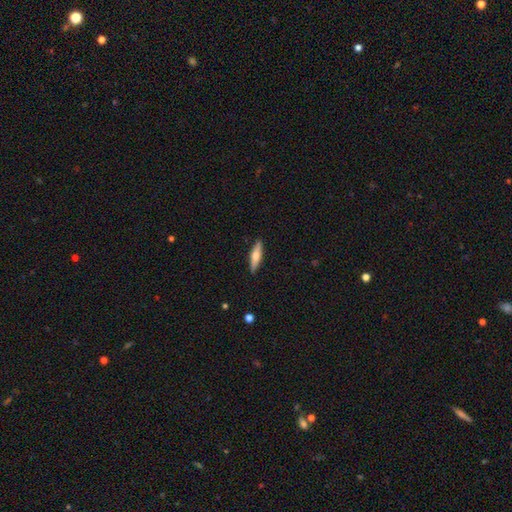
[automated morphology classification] smooth_or_featured: smooth (p=0.53) [alt: featured or disk p=0.41]
how_rounded: cigar-shaped (p=0.74) [alt: in between p=0.25]
merging: none (p=0.89) [alt: minor disturbance p=0.08]